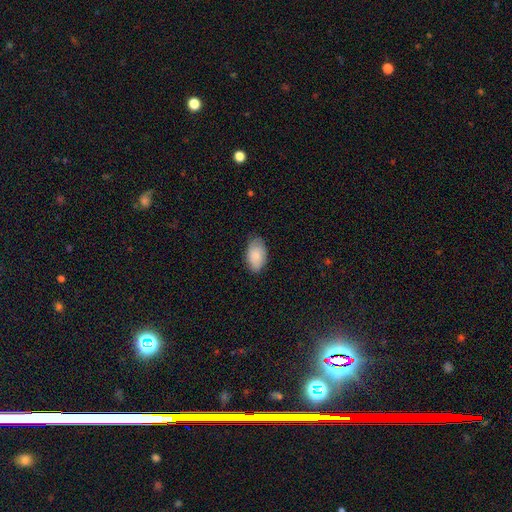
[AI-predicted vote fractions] Smooth or featured: smooth — 82% (featured or disk — 12%)
How rounded: in between — 94% (round — 5%)
Merging: none — 76% (minor disturbance — 20%)